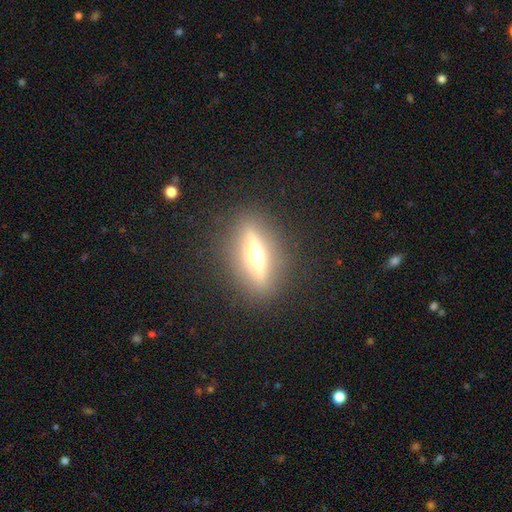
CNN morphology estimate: Smooth or featured: featured or disk — 70% (smooth — 21%)
Edge-on disk: yes — 89% (no — 11%)
Edge-on bulge: rounded — 93% (boxy — 5%)
Merging: none — 87% (minor disturbance — 7%)